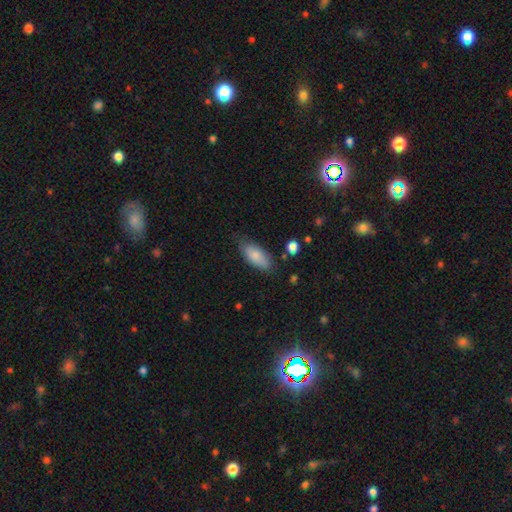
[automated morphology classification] This appears to be a smooth galaxy with no disk features (82%) that is in between round and cigar-shaped (86%). Merging: none (71%).